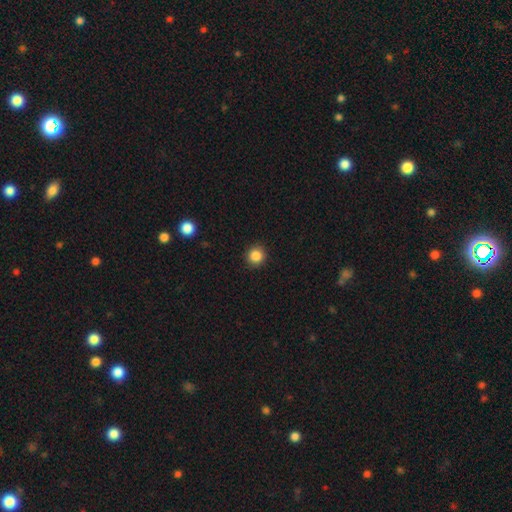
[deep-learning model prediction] Overall: smooth (86%). How rounded: round (92%). Merging: none (91%).